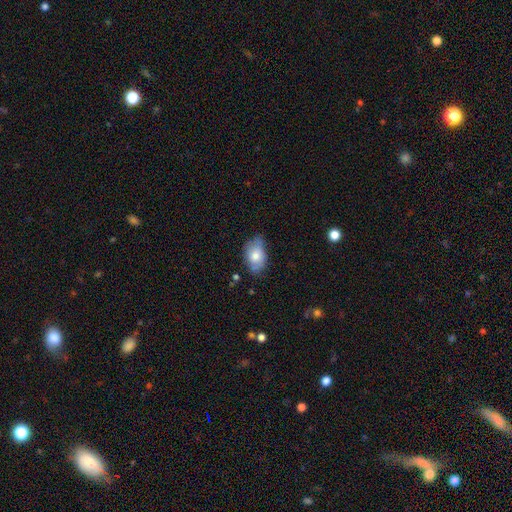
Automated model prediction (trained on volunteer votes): Smooth or featured? smooth (74%)
How rounded? in between (87%)
Merging? none (61%)